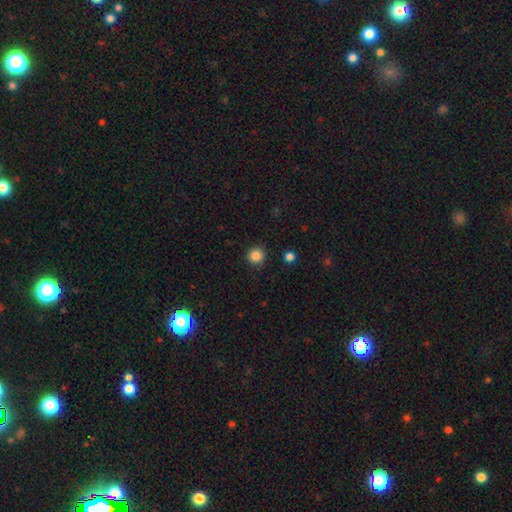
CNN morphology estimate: Smooth or featured: smooth — 86% (star or artifact — 11%)
How rounded: round — 95% (in between — 4%)
Merging: none — 92% (minor disturbance — 5%)